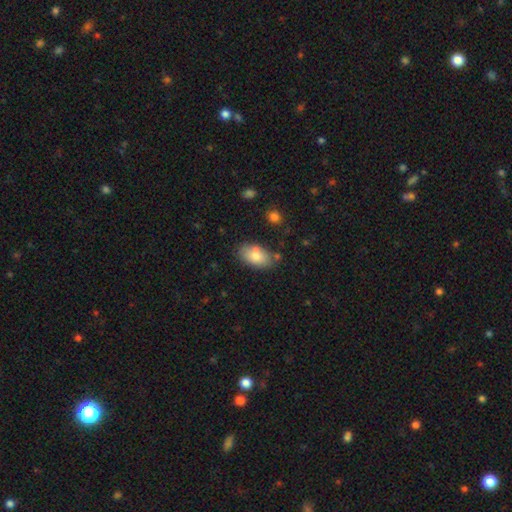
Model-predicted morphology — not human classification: This is likely a smooth galaxy (78%). How rounded: clearly in between (92%). Merging: likely none (70%).